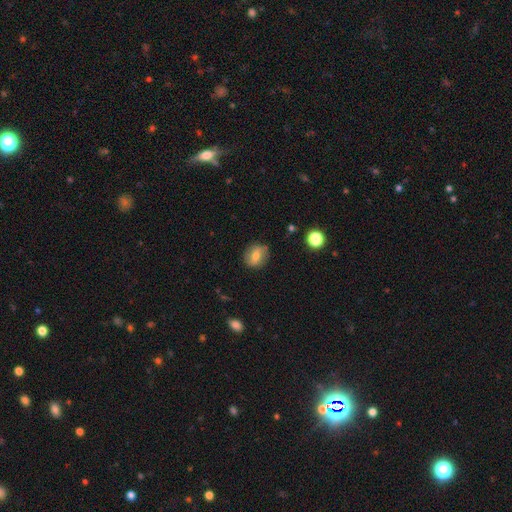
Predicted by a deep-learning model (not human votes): smooth 66%, featured or disk 24%, star or artifact 9%. Down the decision tree: how rounded — round (70%); merging — none (83%).